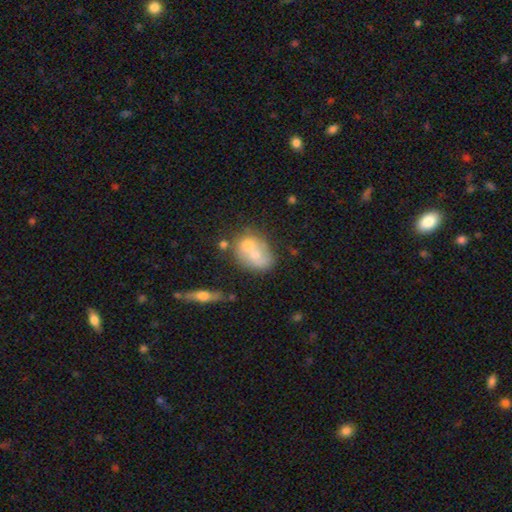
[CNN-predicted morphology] smooth 57%, featured or disk 34%, star or artifact 9%. Down the decision tree: how rounded — in between (60%); merging — merger (58%).